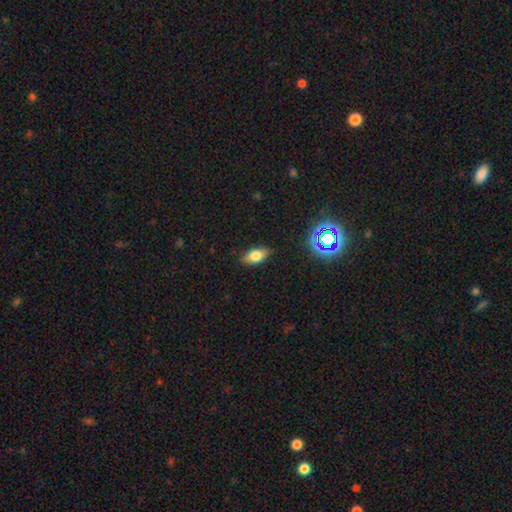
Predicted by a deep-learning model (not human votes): Overall: smooth (73%). How rounded: in between (86%). Merging: none (84%).